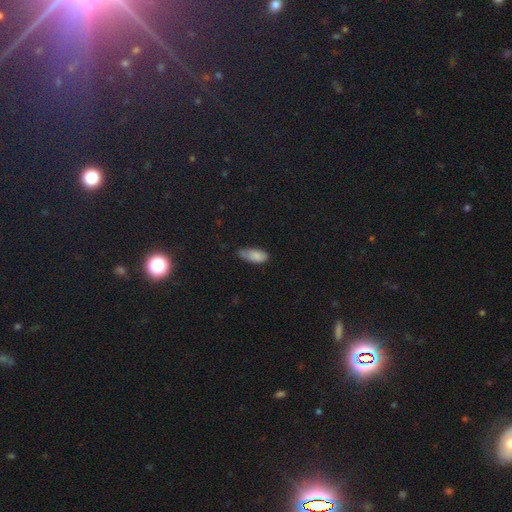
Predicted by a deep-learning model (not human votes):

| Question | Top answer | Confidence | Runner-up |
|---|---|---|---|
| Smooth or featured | smooth | 83% | star or artifact (8%) |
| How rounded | in between | 85% | cigar-shaped (12%) |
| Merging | none | 44% | minor disturbance (43%) |